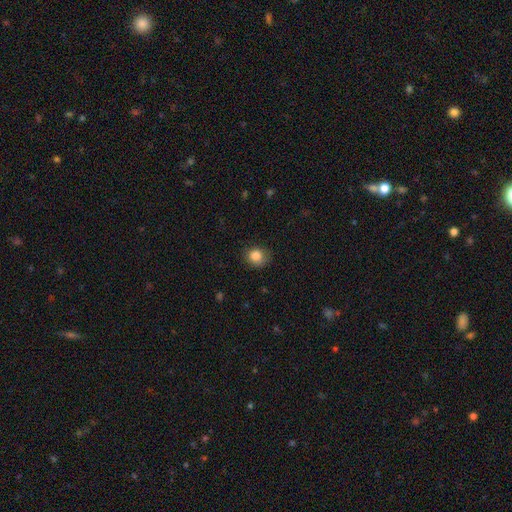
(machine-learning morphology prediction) smooth_or_featured: smooth (p=0.85) [alt: star or artifact p=0.10]
how_rounded: round (p=0.73) [alt: in between p=0.26]
merging: none (p=0.74) [alt: minor disturbance p=0.19]